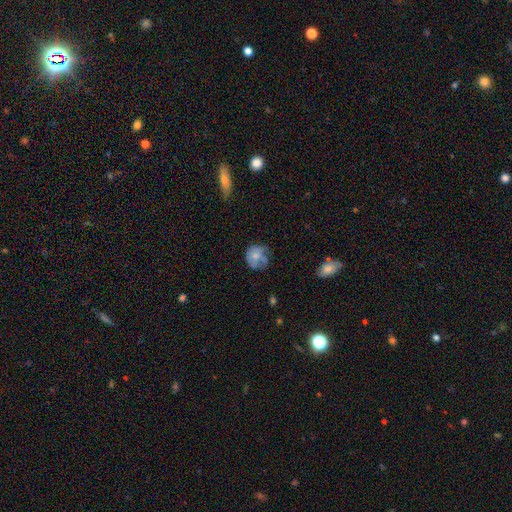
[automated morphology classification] Q: Smooth or featured?
A: smooth (59%); runner-up: featured or disk (32%)
Q: How rounded?
A: round (74%); runner-up: in between (25%)
Q: Merging?
A: none (46%); runner-up: minor disturbance (29%)